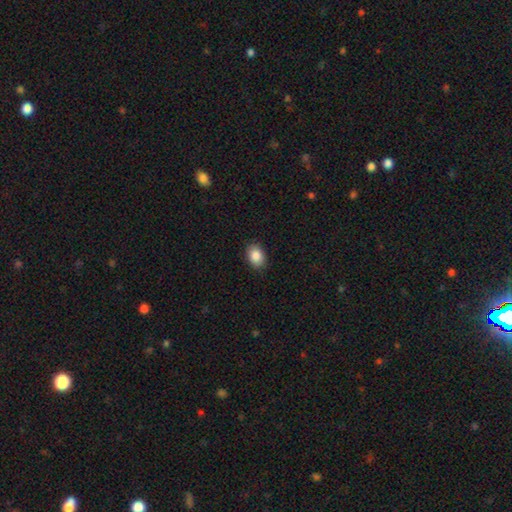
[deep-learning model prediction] This appears to be a smooth galaxy with no disk features (87%) that is in between round and cigar-shaped (78%). Merging: none (89%).